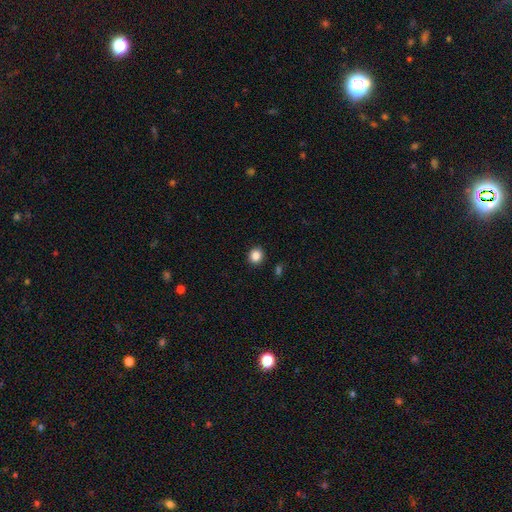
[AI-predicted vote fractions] This appears to be a smooth galaxy with no disk features (86%) that is round (82%). Merging: none (91%).